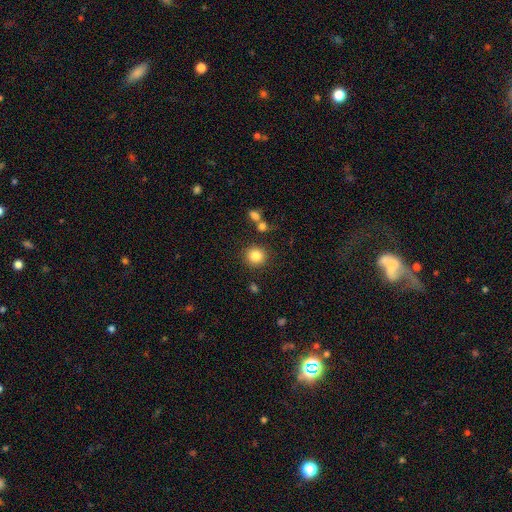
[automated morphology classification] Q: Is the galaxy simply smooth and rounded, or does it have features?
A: smooth — 84%.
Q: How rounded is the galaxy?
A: round — 90%.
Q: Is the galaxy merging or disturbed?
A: none — 84%.